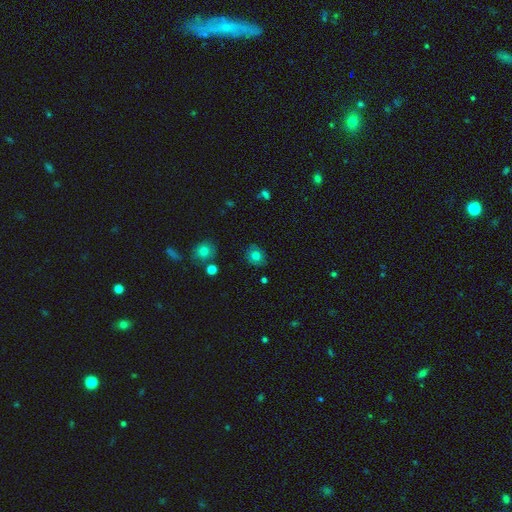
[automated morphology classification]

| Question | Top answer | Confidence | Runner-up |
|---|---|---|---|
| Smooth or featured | smooth | 76% | featured or disk (13%) |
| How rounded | round | 74% | in between (25%) |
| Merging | none | 83% | minor disturbance (12%) |